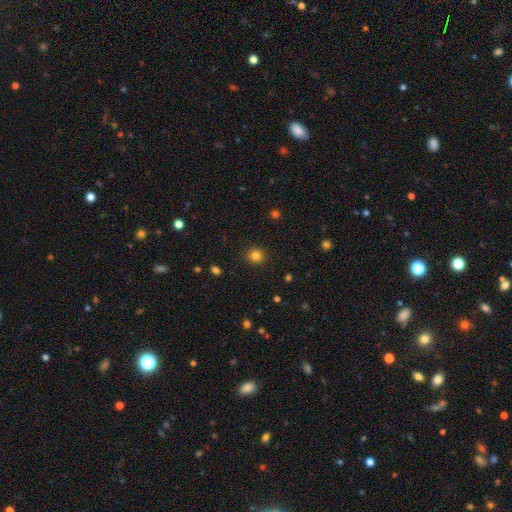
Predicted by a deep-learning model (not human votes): Smooth or featured?
  - smooth: 83% *
  - star or artifact: 13%
  - featured or disk: 4%
How rounded?
  - round: 91% *
  - in between: 8%
  - cigar-shaped: 1%
Merging?
  - none: 91% *
  - minor disturbance: 6%
  - major disturbance: 2%
  - merger: 1%